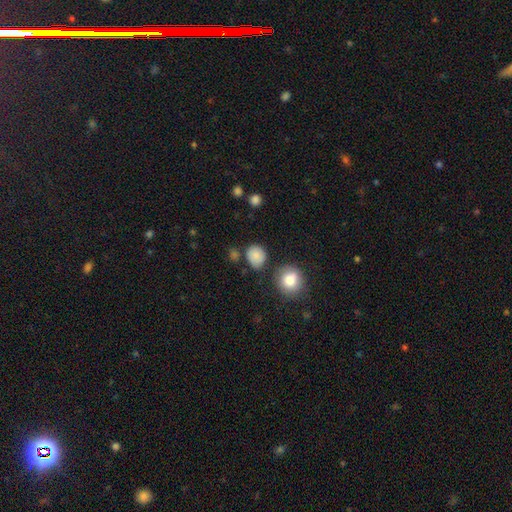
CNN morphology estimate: This appears to be a smooth galaxy with no disk features (83%) that is round (75%). Merging: none (72%).